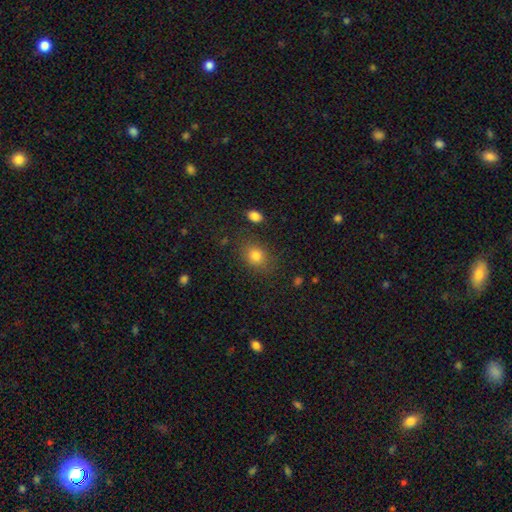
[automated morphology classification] Smooth or featured: smooth — 81% (star or artifact — 12%)
How rounded: in between — 50% (round — 49%)
Merging: none — 79% (minor disturbance — 14%)